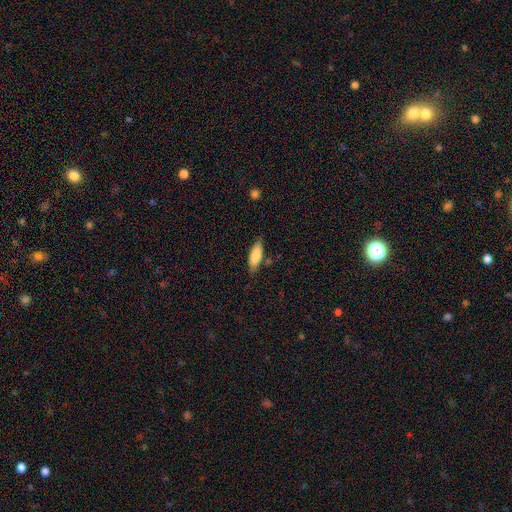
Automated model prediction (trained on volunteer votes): Morphology: type=smooth (84%); roundness=in between (64%); merging=none (77%).